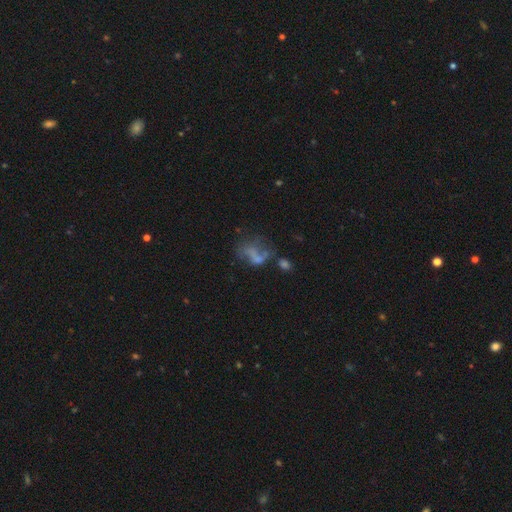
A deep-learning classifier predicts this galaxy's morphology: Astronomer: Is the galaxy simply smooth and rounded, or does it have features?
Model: featured or disk — 42% (runner-up: smooth, 40%).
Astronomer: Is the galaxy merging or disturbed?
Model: major disturbance — 32% (runner-up: merger, 27%).